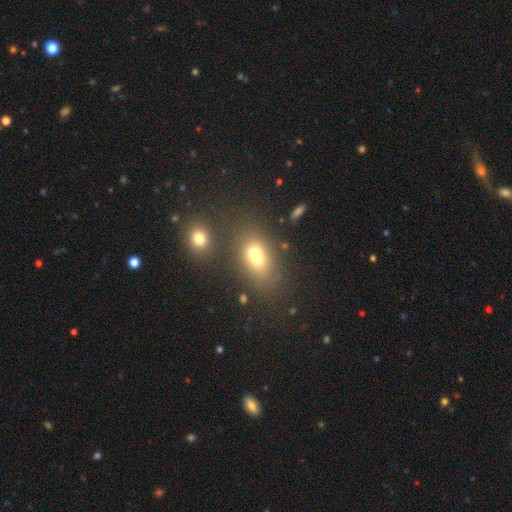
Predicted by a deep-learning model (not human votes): smooth 65%, featured or disk 19%, star or artifact 16%. Down the decision tree: how rounded — in between (79%); merging — none (45%).